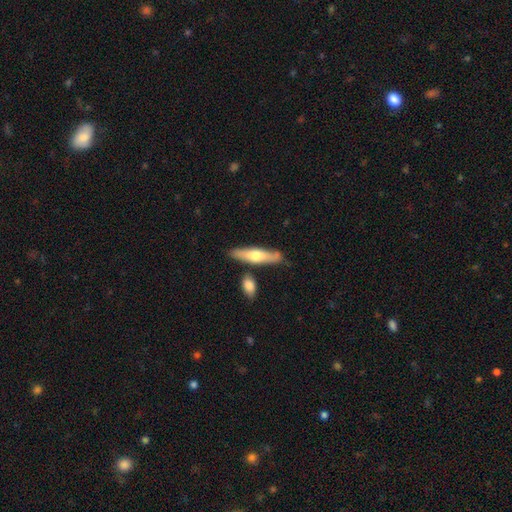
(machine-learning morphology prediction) The model was most divided on "smooth or featured": smooth: 53%, featured or disk: 42%, star or artifact: 5%. More confident: how rounded — cigar-shaped (75%); merging — none (74%).